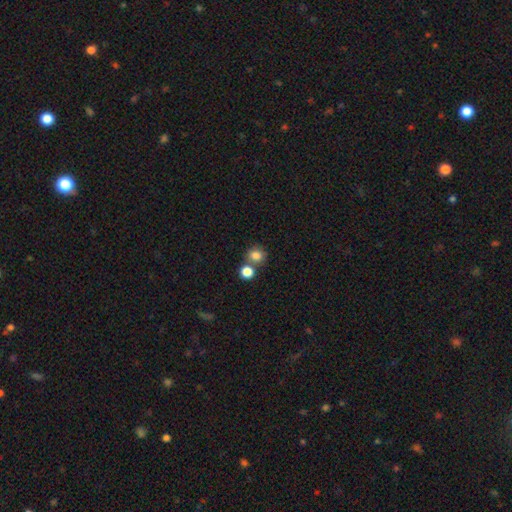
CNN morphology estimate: Smooth or featured? Predicted: smooth (p=0.82). How rounded? Predicted: round (p=0.78). Merging? Predicted: none (p=0.62).